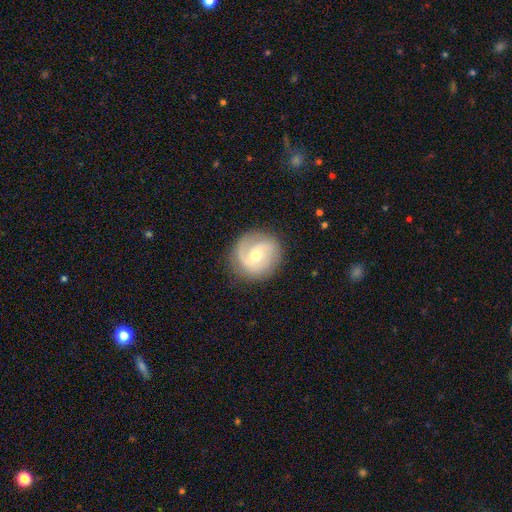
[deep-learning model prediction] This is likely a featured or disk galaxy (74%). It is clearly not viewed edge-on (98%). Bar: possibly no (50%). Spiral arm pattern: clearly yes (92%). Spiral arm count: likely 2 (64%). Spiral winding: marginally medium (41%). Central bulge: possibly moderate (55%). Merging: clearly none (82%).